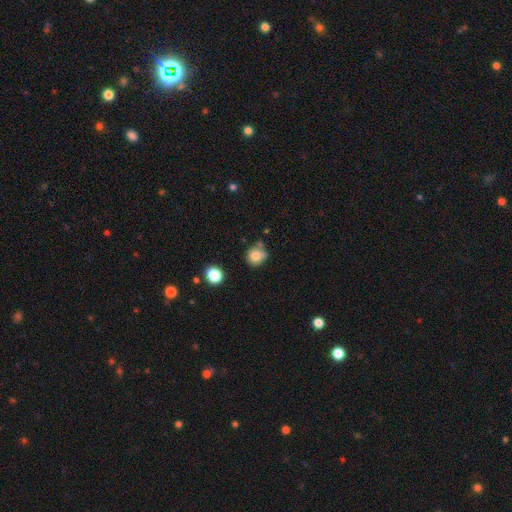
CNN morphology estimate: smooth 78%, star or artifact 12%, featured or disk 11%. Down the decision tree: how rounded — round (81%); merging — none (59%).